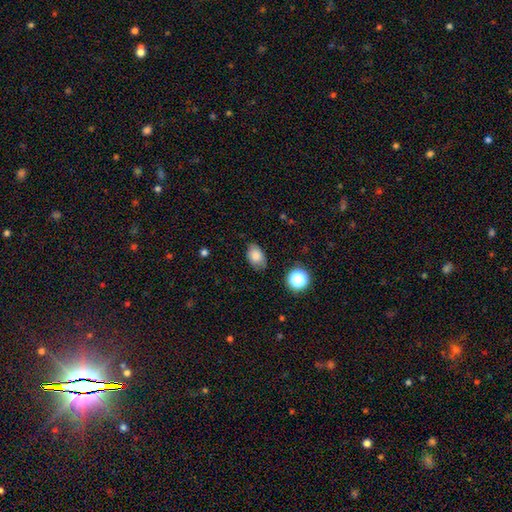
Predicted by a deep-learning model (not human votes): This appears to be a smooth galaxy with no disk features (81%) that is in between round and cigar-shaped (84%). Merging: none (75%).